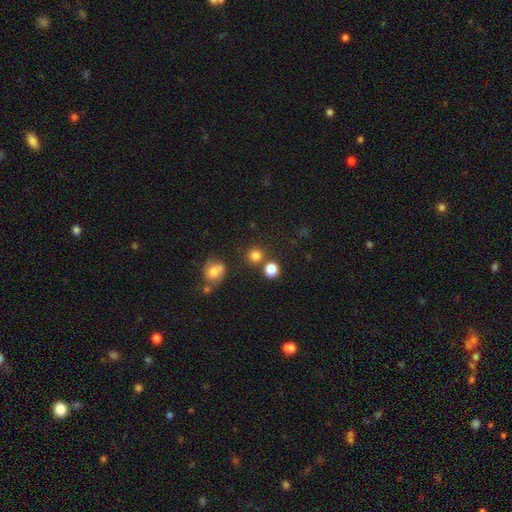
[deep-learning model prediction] smooth 80%, star or artifact 15%, featured or disk 5%. Down the decision tree: how rounded — round (90%); merging — none (76%).